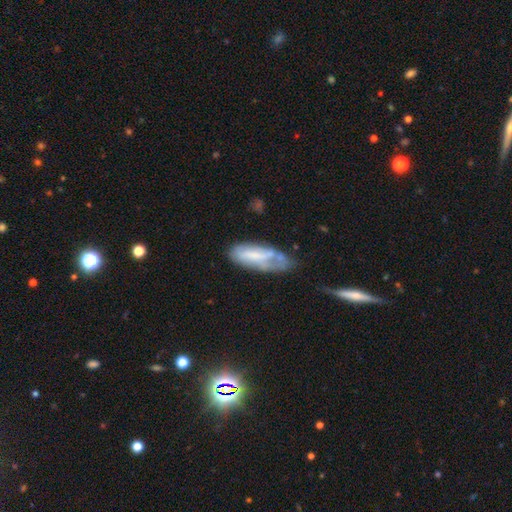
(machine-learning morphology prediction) Smooth or featured? Predicted: smooth (p=0.51). How rounded? Predicted: in between (p=0.69). Merging? Predicted: none (p=0.35, tied with minor disturbance).